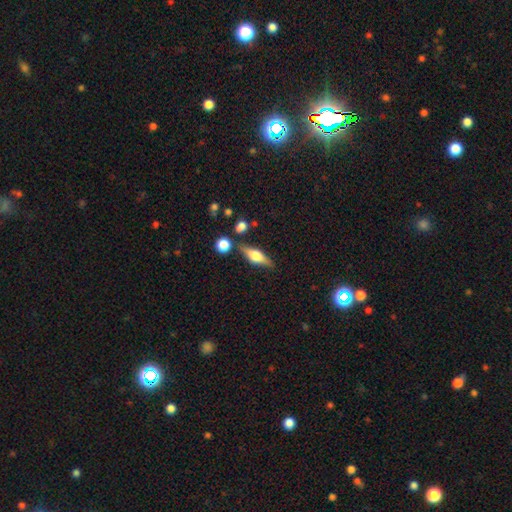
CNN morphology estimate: smooth-or-featured: featured or disk: 54% | smooth: 38% | star or artifact: 7%
  disk-edge-on: yes: 92% | no: 8%
    edge-on-bulge: rounded: 90% | boxy: 8% | none: 2%
  merging: none: 78% | minor disturbance: 12% | merger: 7% | major disturbance: 3%